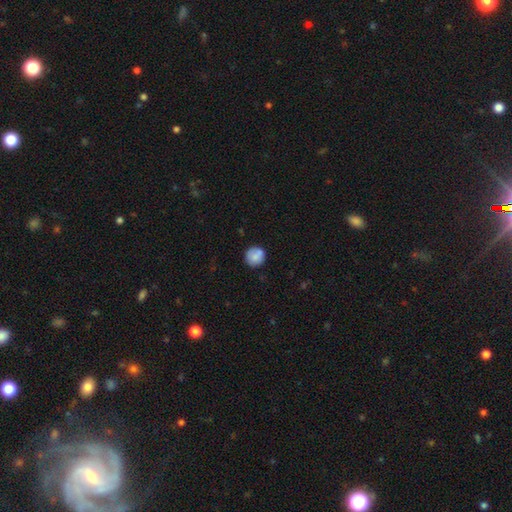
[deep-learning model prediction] smooth 77%, featured or disk 15%, star or artifact 8%. Down the decision tree: how rounded — round (91%); merging — none (71%).